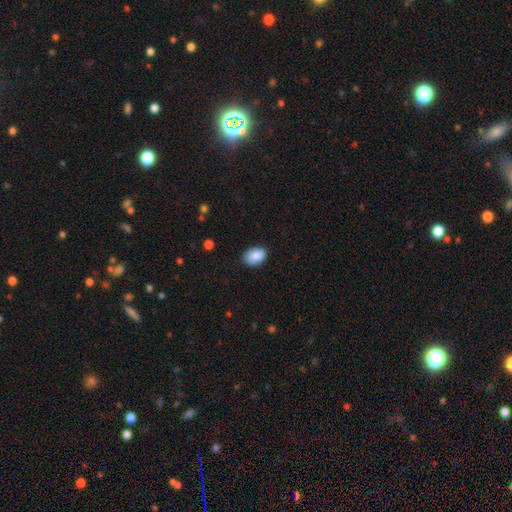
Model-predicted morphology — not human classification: Smooth or featured?
  - smooth: 88% *
  - star or artifact: 7%
  - featured or disk: 6%
How rounded?
  - in between: 85% *
  - round: 14%
  - cigar-shaped: 1%
Merging?
  - none: 81% *
  - minor disturbance: 15%
  - major disturbance: 3%
  - merger: 1%